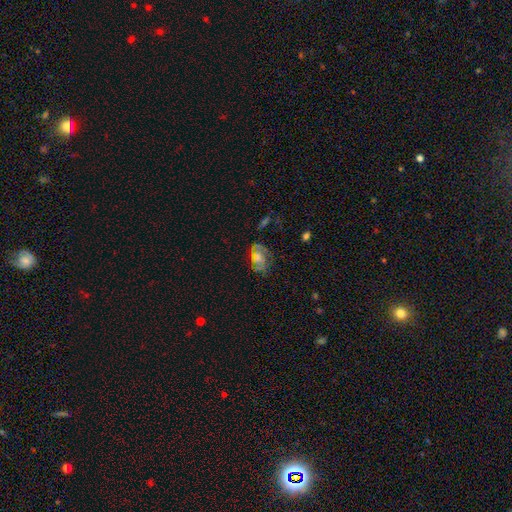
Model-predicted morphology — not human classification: This is possibly a featured or disk galaxy (58%). It is clearly not viewed edge-on (95%). Bar: likely no (67%). Spiral arm pattern: likely yes (73%). Central bulge: possibly moderate (55%). Merging: likely none (62%).